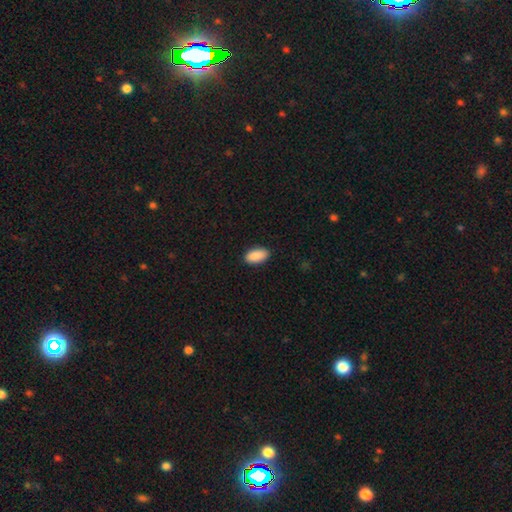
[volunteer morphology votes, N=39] Smooth or featured: smooth — 90% (featured or disk — 5%)
How rounded: in between — 100%
Merging: none — 76% (minor disturbance — 16%)